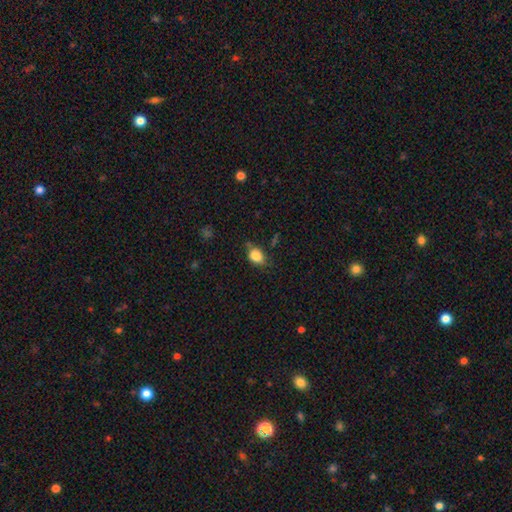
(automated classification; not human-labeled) Smooth or featured?
  - smooth: 81% *
  - star or artifact: 10%
  - featured or disk: 10%
How rounded?
  - in between: 65% *
  - round: 33%
  - cigar-shaped: 2%
Merging?
  - none: 61% *
  - minor disturbance: 29%
  - major disturbance: 7%
  - merger: 3%